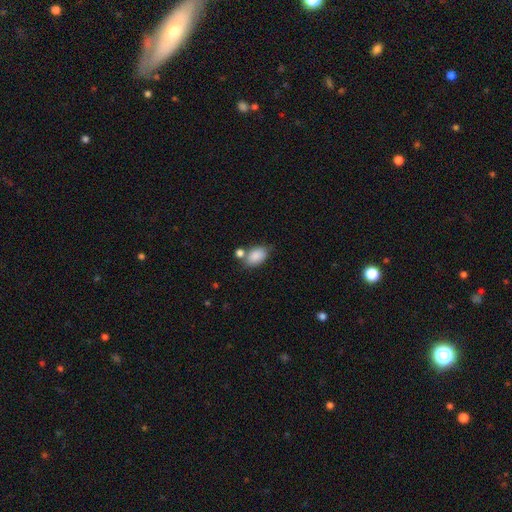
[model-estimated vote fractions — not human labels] Q: Smooth or featured?
A: smooth (86%); runner-up: star or artifact (8%)
Q: How rounded?
A: in between (86%); runner-up: round (12%)
Q: Merging?
A: none (54%); runner-up: merger (22%)